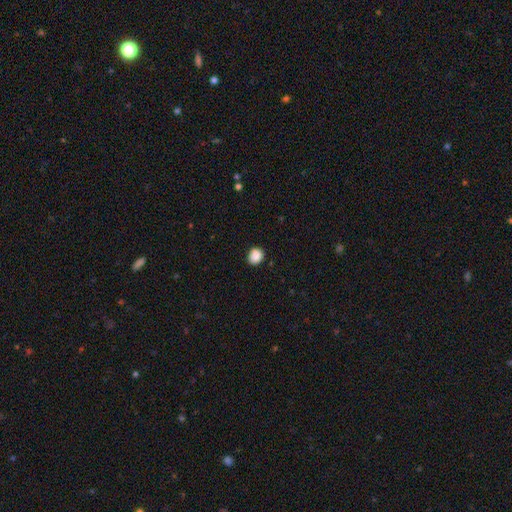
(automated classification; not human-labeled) Smooth or featured: smooth — 89% (star or artifact — 9%)
How rounded: round — 68% (in between — 31%)
Merging: none — 88% (minor disturbance — 8%)